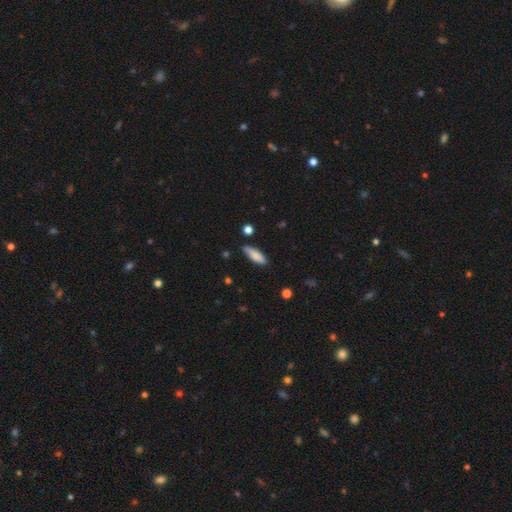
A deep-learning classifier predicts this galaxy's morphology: smooth 84%, featured or disk 10%, star or artifact 6%. Down the decision tree: how rounded — in between (54%); merging — none (75%).